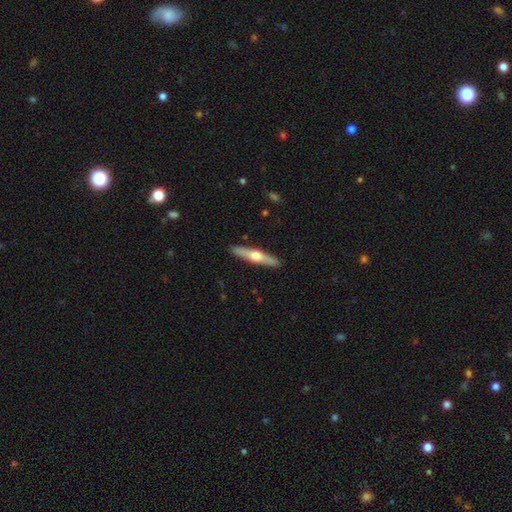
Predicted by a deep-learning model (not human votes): Morphology: type=featured or disk (57%); edge-on=yes (95%); edge-on bulge=rounded (92%); merging=none (91%).